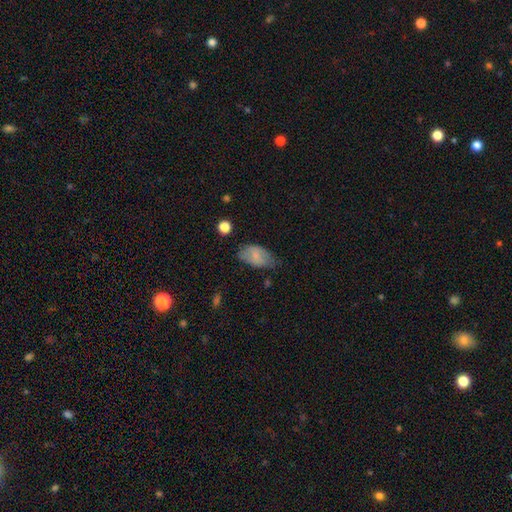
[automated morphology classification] Q: Smooth or featured?
A: smooth (77%); runner-up: featured or disk (16%)
Q: How rounded?
A: in between (93%); runner-up: round (5%)
Q: Merging?
A: none (56%); runner-up: minor disturbance (33%)